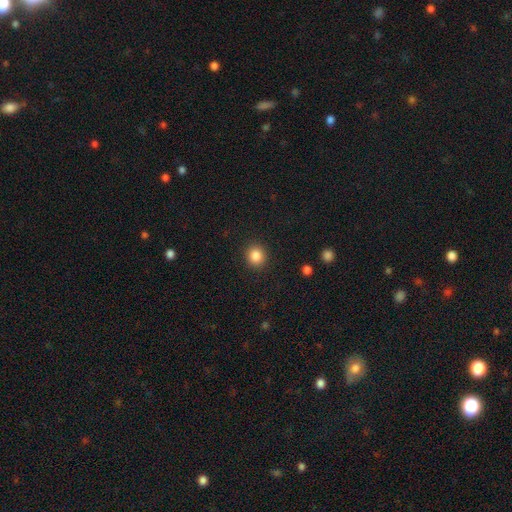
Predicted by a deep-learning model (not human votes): Smooth or featured? Predicted: smooth (p=0.85). How rounded? Predicted: round (p=0.89). Merging? Predicted: none (p=0.92).